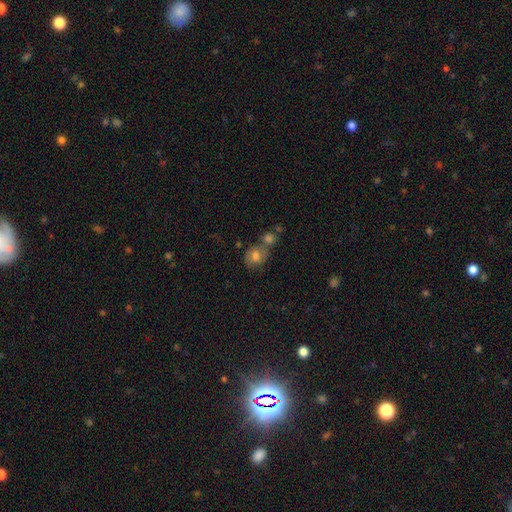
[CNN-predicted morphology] Smooth or featured? smooth (62%)
How rounded? round (59%)
Merging? none (44%)